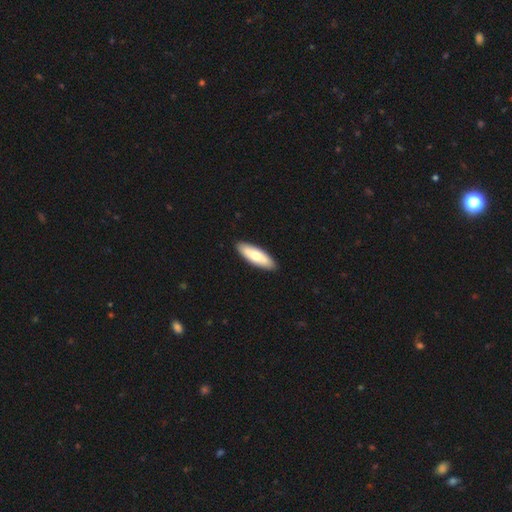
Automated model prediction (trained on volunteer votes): Morphology: type=smooth (69%); roundness=in between (56%); merging=none (91%).